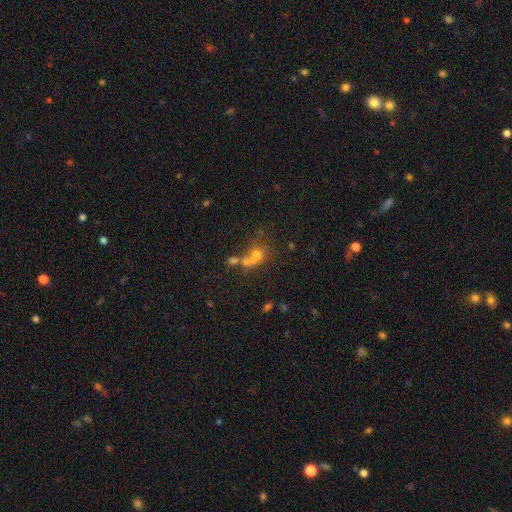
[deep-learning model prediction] smooth-or-featured: smooth: 53% | star or artifact: 27% | featured or disk: 21%
  how-rounded: round: 80% | in between: 19% | cigar-shaped: 1%
  merging: merger: 45% | none: 41% | minor disturbance: 8% | major disturbance: 6%